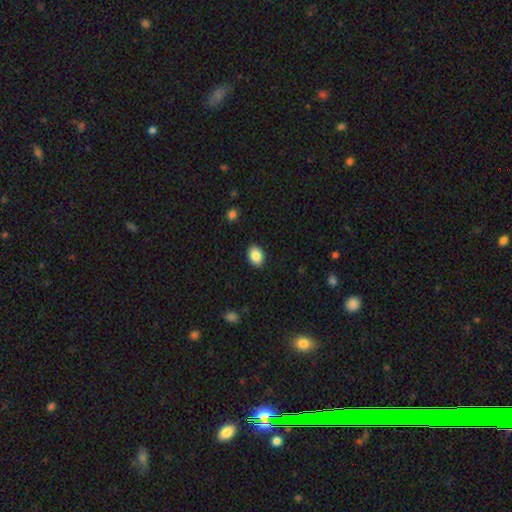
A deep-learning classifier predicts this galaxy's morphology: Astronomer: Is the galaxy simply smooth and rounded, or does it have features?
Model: smooth — 87%.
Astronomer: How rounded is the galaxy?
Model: in between — 73%.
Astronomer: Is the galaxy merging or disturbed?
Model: none — 89%.